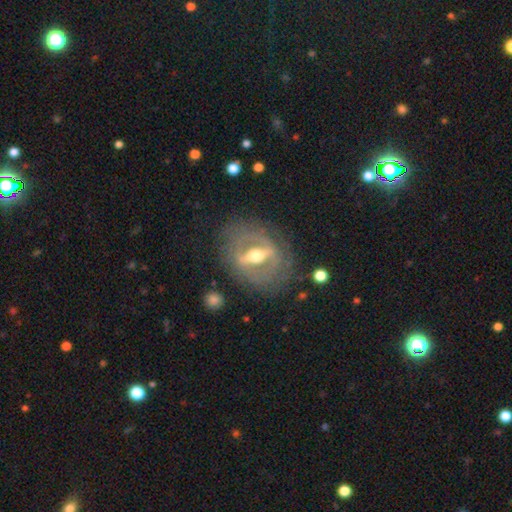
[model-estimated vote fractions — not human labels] A featured or disk galaxy (82%) with a strong bar (77%), no spiral arms (61%) and a moderate central bulge (74%). Merging: none (75%).